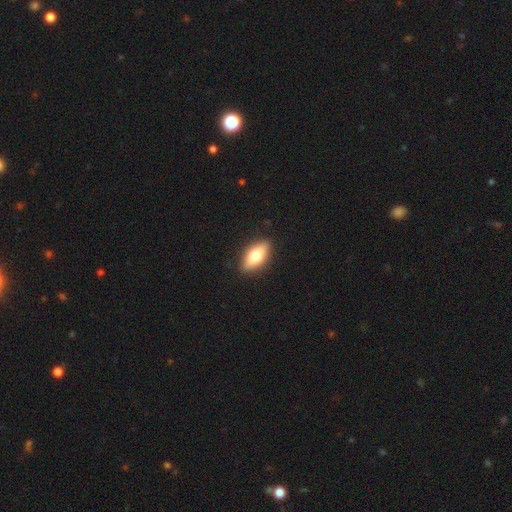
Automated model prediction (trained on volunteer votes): The model was most divided on "smooth or featured": smooth: 68%, featured or disk: 26%, star or artifact: 6%. More confident: merging — none (88%); how rounded — in between (81%).